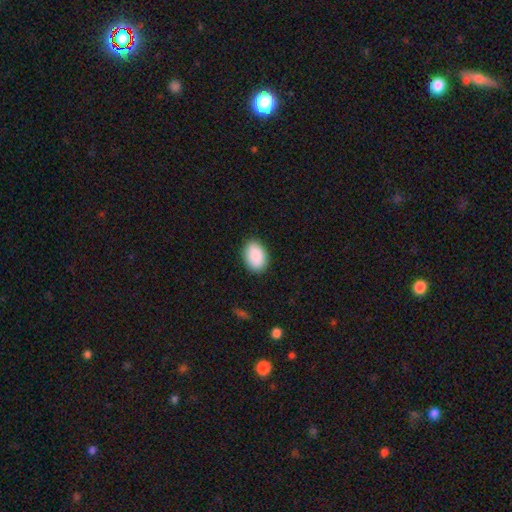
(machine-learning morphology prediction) A smooth galaxy with no disk features (89%) that is in between round and cigar-shaped (86%).

Vote fractions:
- Smooth or featured? smooth: 89% / star or artifact: 6% / featured or disk: 5%
- How rounded? in between: 86% / round: 13% / cigar-shaped: 1%
- Merging? none: 88% / minor disturbance: 9% / major disturbance: 2% / merger: 1%